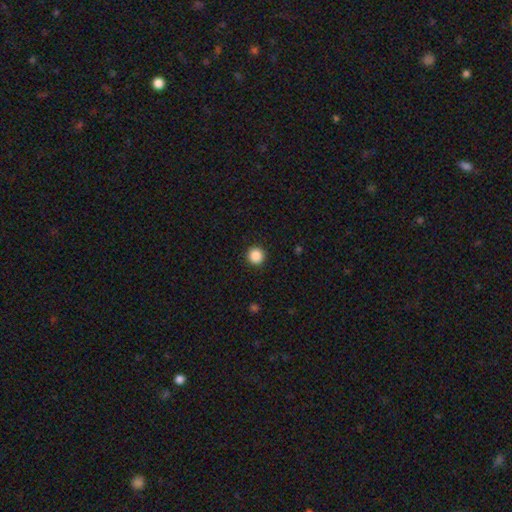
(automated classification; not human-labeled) This is clearly a smooth galaxy (88%). How rounded: clearly round (95%). Merging: clearly none (93%).